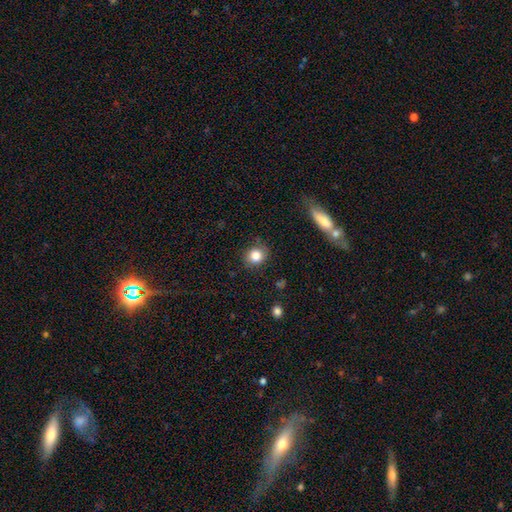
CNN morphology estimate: This appears to be a smooth galaxy with no disk features (83%) that is round (79%). Merging: none (85%).